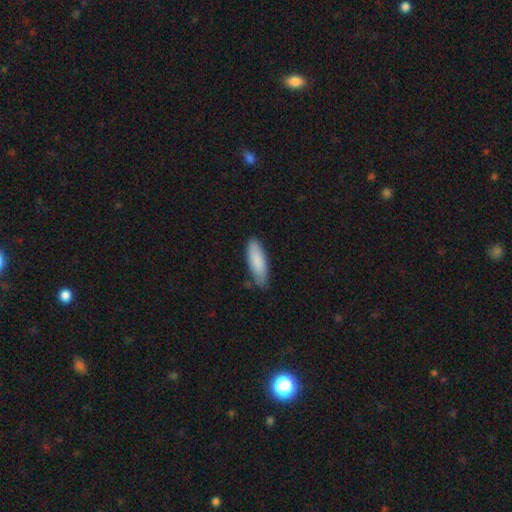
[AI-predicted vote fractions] Smooth or featured?
  - smooth: 86% *
  - featured or disk: 8%
  - star or artifact: 6%
How rounded?
  - in between: 52% *
  - cigar-shaped: 47%
  - round: 1%
Merging?
  - none: 78% *
  - minor disturbance: 18%
  - major disturbance: 3%
  - merger: 2%